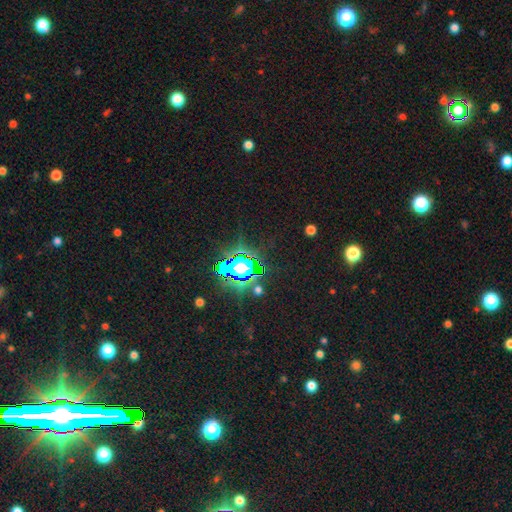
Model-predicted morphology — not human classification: The model was most divided on "smooth or featured": star or artifact: 80%, smooth: 12%, featured or disk: 8%.